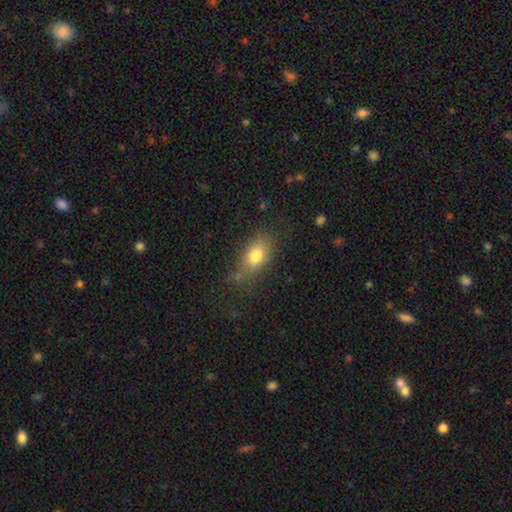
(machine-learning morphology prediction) This appears to be a smooth galaxy with no disk features (76%) that is in between round and cigar-shaped (81%). Merging: none (65%).